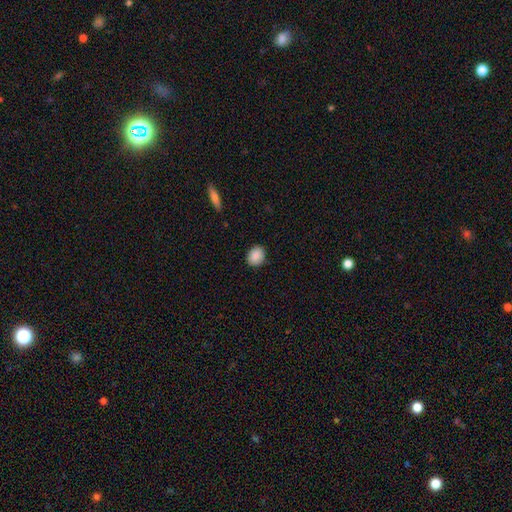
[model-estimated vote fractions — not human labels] Smooth or featured?
  - smooth: 89% *
  - star or artifact: 7%
  - featured or disk: 3%
How rounded?
  - round: 57% *
  - in between: 42%
  - cigar-shaped: 1%
Merging?
  - none: 87% *
  - minor disturbance: 10%
  - major disturbance: 2%
  - merger: 1%